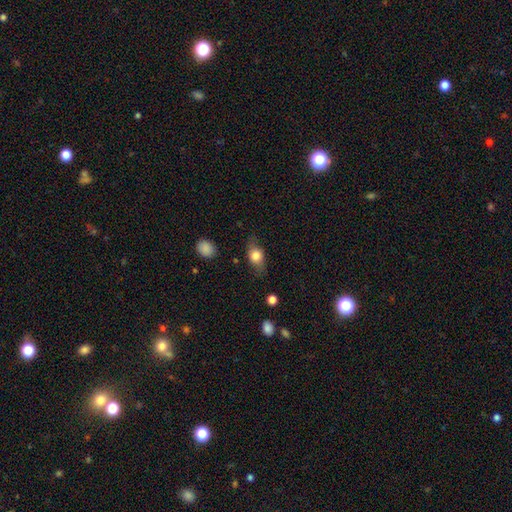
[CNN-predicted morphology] Smooth or featured? smooth (73%)
How rounded? in between (68%)
Merging? none (73%)